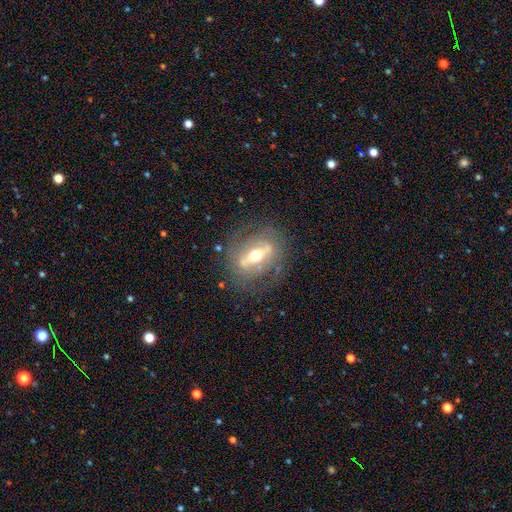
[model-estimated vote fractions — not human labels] Smooth or featured? featured or disk (75%)
Edge-on disk? no (66%)
Merging? none (73%)